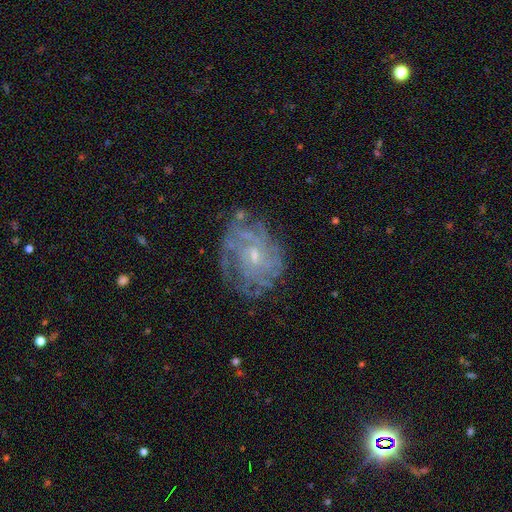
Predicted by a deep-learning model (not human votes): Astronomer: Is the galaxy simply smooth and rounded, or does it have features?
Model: featured or disk — 76%.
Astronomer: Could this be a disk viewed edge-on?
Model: no — 97%.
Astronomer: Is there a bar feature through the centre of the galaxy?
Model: no — 69%.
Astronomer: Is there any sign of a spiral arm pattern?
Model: yes — 83%.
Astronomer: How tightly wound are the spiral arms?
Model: tight — 63%.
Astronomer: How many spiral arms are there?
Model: can't tell — 52%.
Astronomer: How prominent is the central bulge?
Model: small — 67%.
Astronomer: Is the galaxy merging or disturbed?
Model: none — 69%.